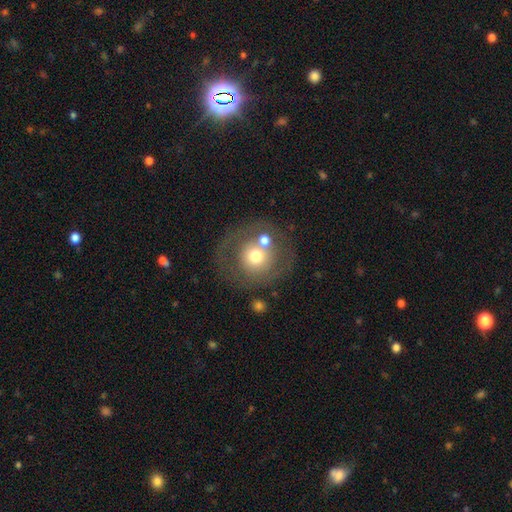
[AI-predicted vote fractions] A smooth galaxy with no disk features (53%) that is round (89%).

Vote fractions:
- Smooth or featured? smooth: 53% / featured or disk: 38% / star or artifact: 9%
- How rounded? round: 89% / in between: 10% / cigar-shaped: 1%
- Merging? none: 58% / merger: 18% / minor disturbance: 13% / major disturbance: 11%